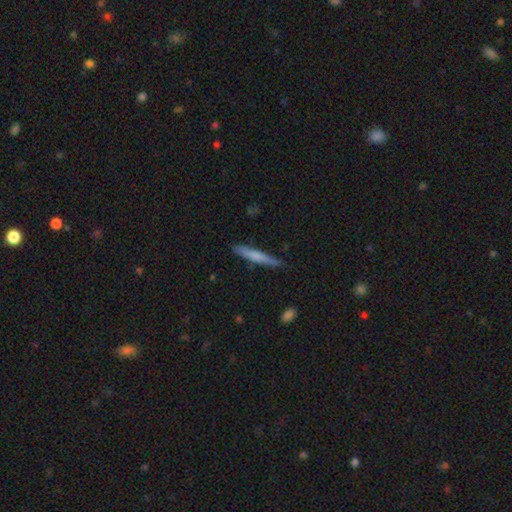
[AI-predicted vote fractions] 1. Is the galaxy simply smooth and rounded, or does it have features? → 62% smooth, 32% featured or disk, 6% star or artifact.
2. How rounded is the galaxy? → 95% cigar-shaped, 4% in between, 1% round.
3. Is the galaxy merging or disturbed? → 85% none, 12% minor disturbance, 2% major disturbance, 2% merger.